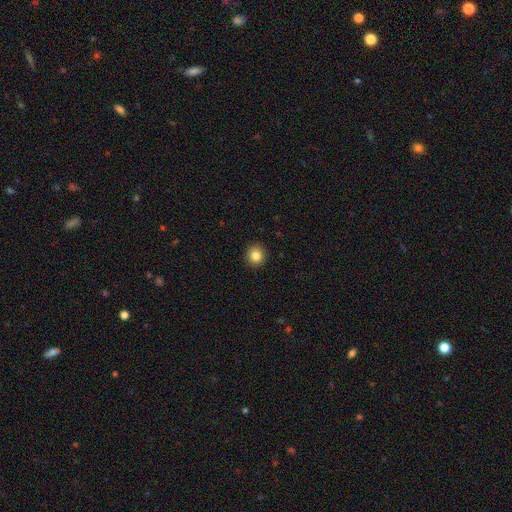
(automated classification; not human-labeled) Smooth or featured? Predicted: smooth (p=0.83). How rounded? Predicted: round (p=0.91). Merging? Predicted: none (p=0.92).